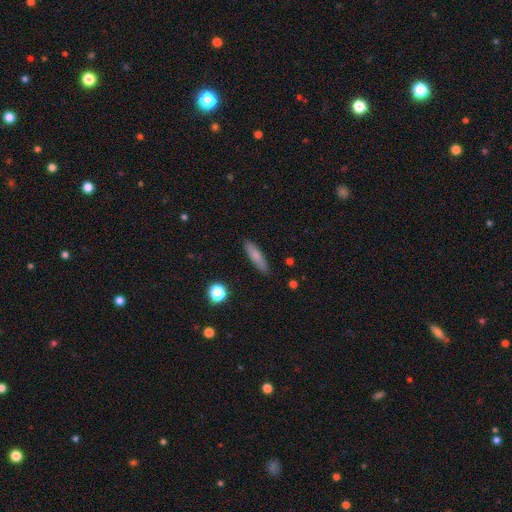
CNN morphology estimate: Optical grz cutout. It shows a smooth galaxy with no disk features (78%) that is cigar-shaped (76%). Merging: none (87%).